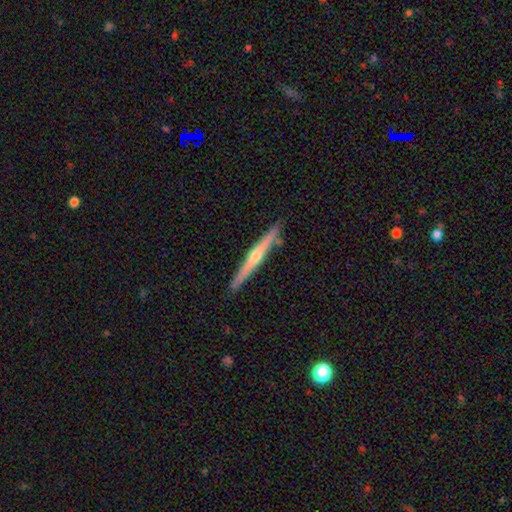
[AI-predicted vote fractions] Smooth or featured? featured or disk (69%)
Edge-on disk? yes (98%)
Edge-on bulge? rounded (78%)
Merging? none (89%)